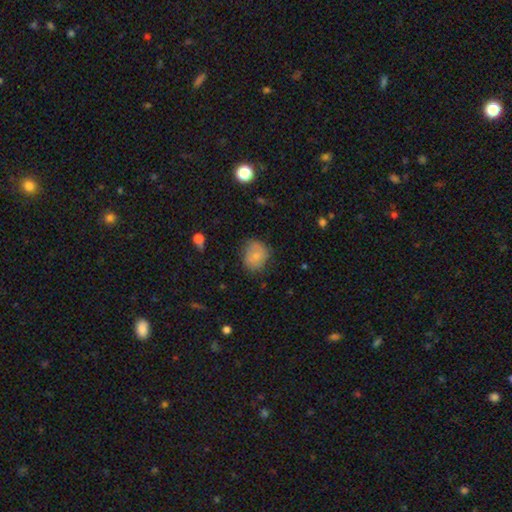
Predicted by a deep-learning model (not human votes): smooth_or_featured: smooth (p=0.74) [alt: featured or disk p=0.17]
how_rounded: round (p=0.63) [alt: in between p=0.36]
merging: none (p=0.66) [alt: minor disturbance p=0.24]